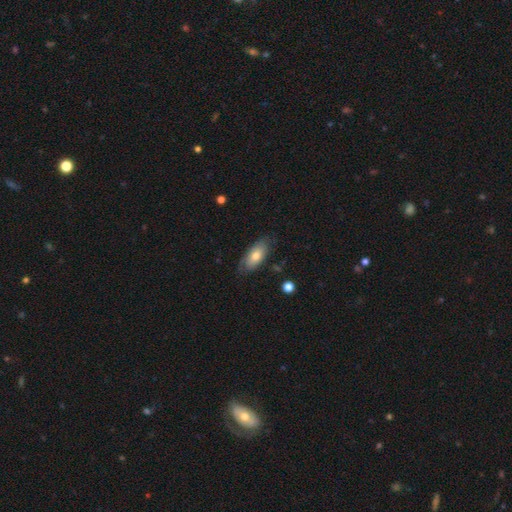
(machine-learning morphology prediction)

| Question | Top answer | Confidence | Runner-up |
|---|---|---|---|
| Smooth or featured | smooth | 66% | featured or disk (28%) |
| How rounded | in between | 87% | cigar-shaped (10%) |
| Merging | none | 73% | minor disturbance (21%) |